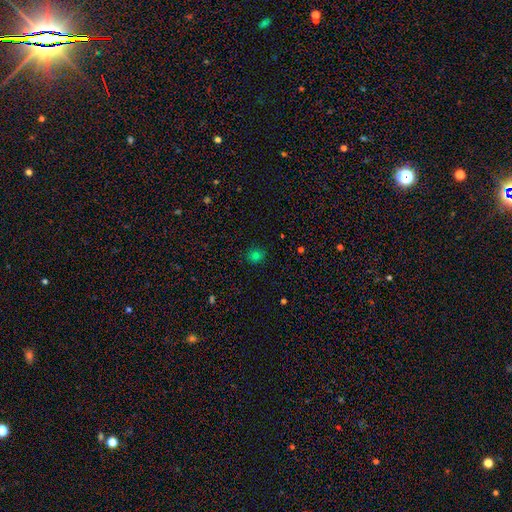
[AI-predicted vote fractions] The model was most divided on "how rounded": round: 80%, in between: 19%, cigar-shaped: 1%. More confident: merging — none (87%); smooth or featured — smooth (78%).